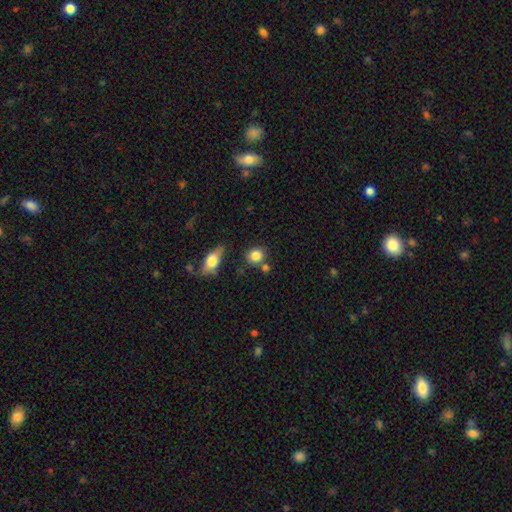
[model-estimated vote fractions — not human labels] Q: Smooth or featured?
A: smooth (83%); runner-up: star or artifact (9%)
Q: How rounded?
A: round (70%); runner-up: in between (28%)
Q: Merging?
A: none (72%); runner-up: merger (12%)